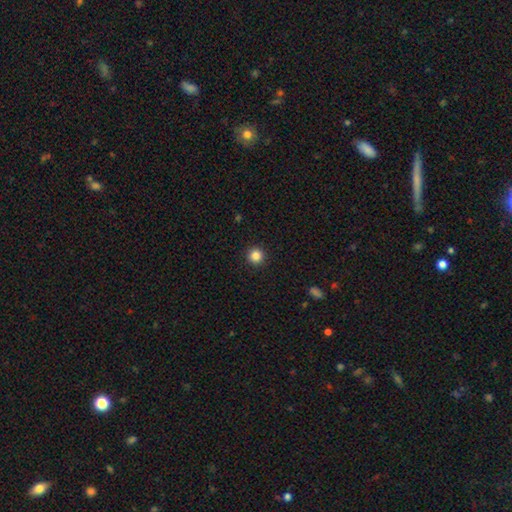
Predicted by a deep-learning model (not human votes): smooth_or_featured: smooth (p=0.85) [alt: star or artifact p=0.11]
how_rounded: round (p=0.96) [alt: in between p=0.03]
merging: none (p=0.93) [alt: minor disturbance p=0.04]